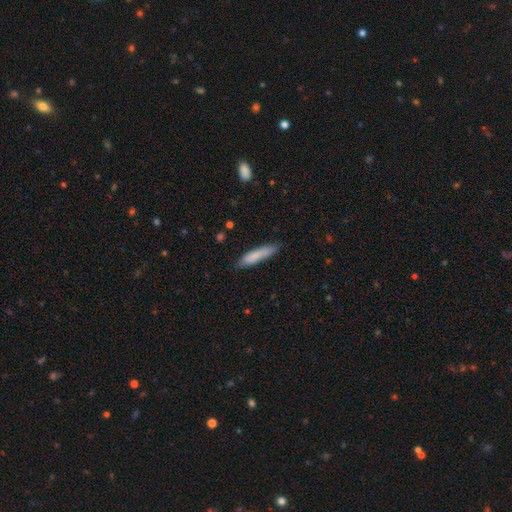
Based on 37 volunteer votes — smooth-or-featured: smooth: 81% | featured or disk: 11% | star or artifact: 8%
  how-rounded: cigar-shaped: 90% | in between: 7% | round: 3%
  merging: none: 76% | minor disturbance: 21% | major disturbance: 3% | merger: 0%